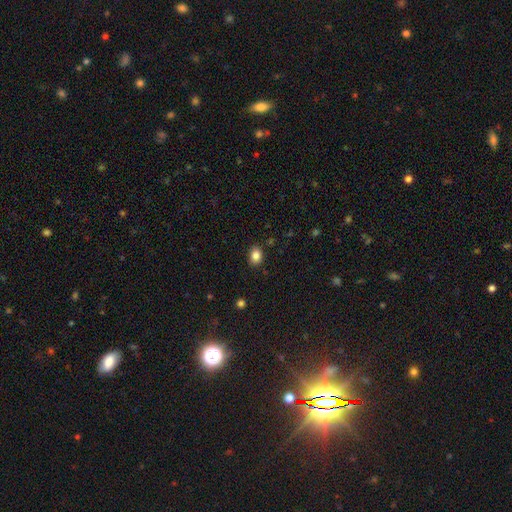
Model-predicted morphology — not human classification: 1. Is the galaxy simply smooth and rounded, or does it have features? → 85% smooth, 10% star or artifact, 5% featured or disk.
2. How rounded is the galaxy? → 62% in between, 38% round, 1% cigar-shaped.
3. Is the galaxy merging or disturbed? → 87% none, 9% minor disturbance, 2% major disturbance, 1% merger.